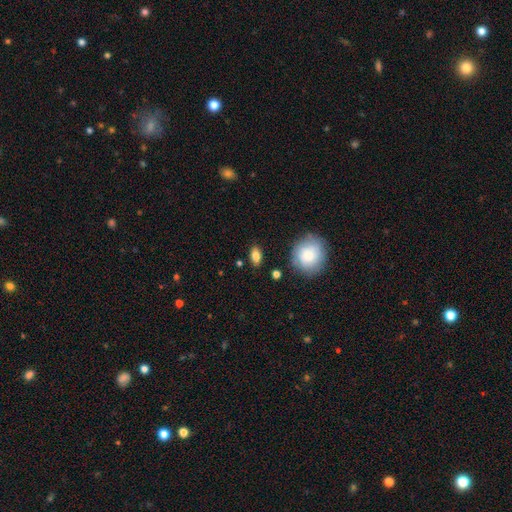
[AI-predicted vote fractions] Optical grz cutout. It shows a smooth galaxy with no disk features (81%) that is in between round and cigar-shaped (83%). Merging: none (84%).